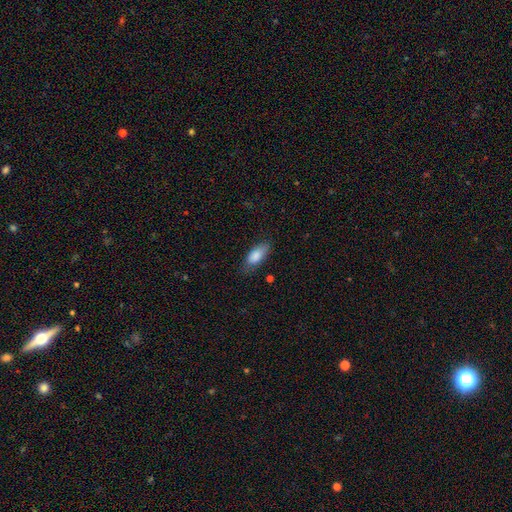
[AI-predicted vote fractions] Q: Smooth or featured?
A: smooth (85%); runner-up: featured or disk (8%)
Q: How rounded?
A: in between (85%); runner-up: cigar-shaped (13%)
Q: Merging?
A: none (72%); runner-up: minor disturbance (22%)